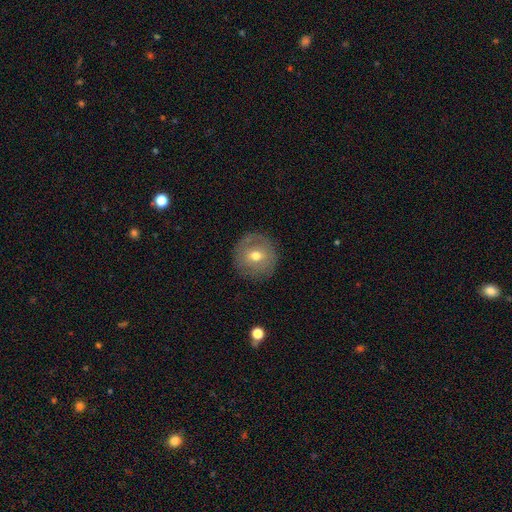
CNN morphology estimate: type=smooth (53%); roundness=round (94%); merging=none (85%).